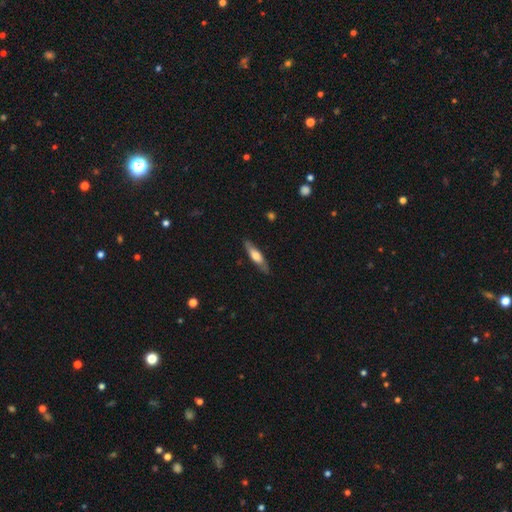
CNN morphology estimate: smooth_or_featured: smooth (p=0.52) [alt: featured or disk p=0.43]
how_rounded: cigar-shaped (p=0.69) [alt: in between p=0.29]
merging: none (p=0.82) [alt: minor disturbance p=0.14]